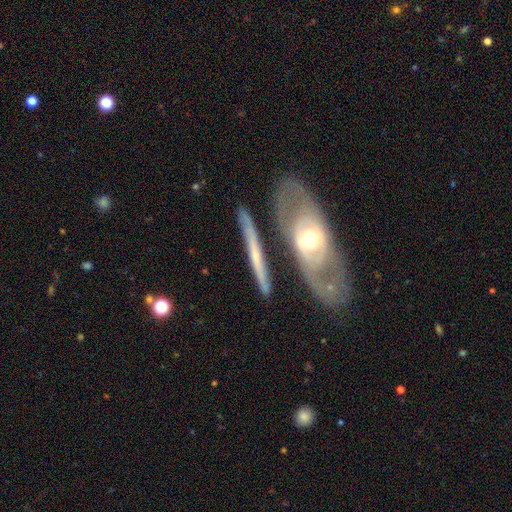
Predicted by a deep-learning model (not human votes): Q: Smooth or featured?
A: featured or disk (65%); runner-up: smooth (29%)
Q: Edge-on disk?
A: yes (64%); runner-up: no (36%)
Q: Merging?
A: none (74%); runner-up: minor disturbance (13%)